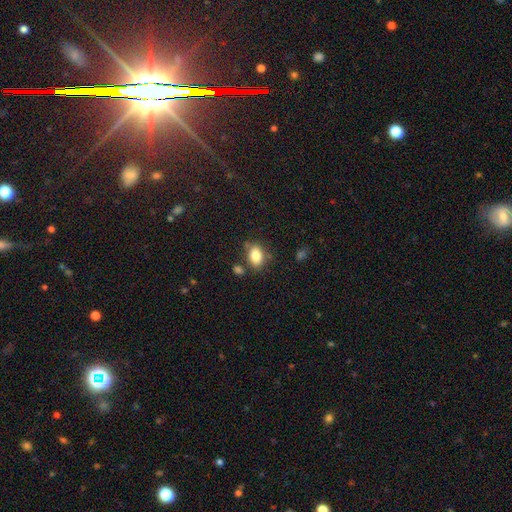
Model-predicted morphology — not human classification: This is clearly a smooth galaxy (84%). How rounded: clearly in between (81%). Merging: likely none (72%).